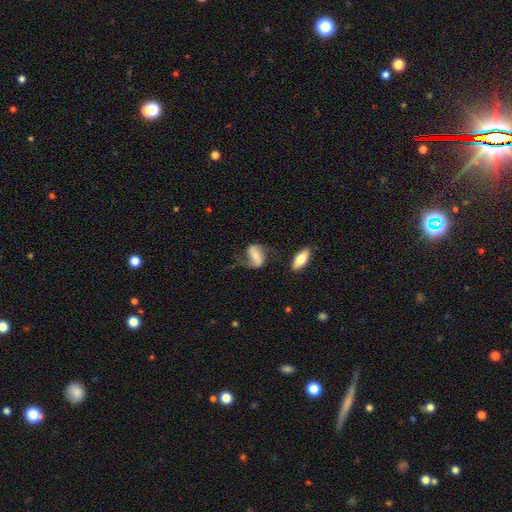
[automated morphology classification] smooth_or_featured: featured or disk (p=0.68) [alt: smooth p=0.25]
disk_edge_on: no (p=0.95) [alt: yes p=0.05]
bar: strong (p=0.40) [alt: weak p=0.33]
has_spiral_arms: yes (p=0.88) [alt: no p=0.12]
spiral_winding: loose (p=0.61) [alt: medium p=0.29]
spiral_arm_count: 2 (p=0.84) [alt: 1 p=0.09]
bulge_size: small (p=0.45) [alt: moderate p=0.40]
merging: none (p=0.52) [alt: minor disturbance p=0.23]